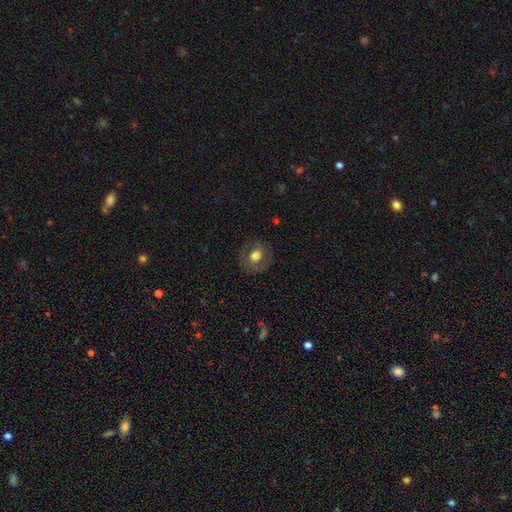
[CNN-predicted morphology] smooth-or-featured: smooth: 60% | featured or disk: 31% | star or artifact: 9%
  how-rounded: round: 77% | in between: 22% | cigar-shaped: 1%
  merging: none: 82% | minor disturbance: 12% | major disturbance: 5% | merger: 1%